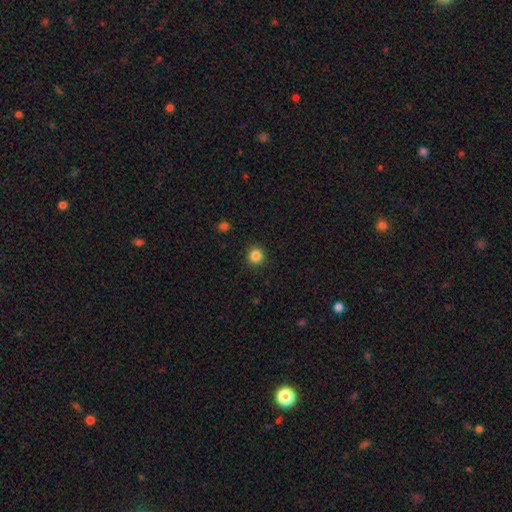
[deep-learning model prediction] smooth-or-featured: smooth: 85% | star or artifact: 11% | featured or disk: 4%
  how-rounded: round: 93% | in between: 6% | cigar-shaped: 1%
  merging: none: 91% | minor disturbance: 6% | major disturbance: 2% | merger: 1%